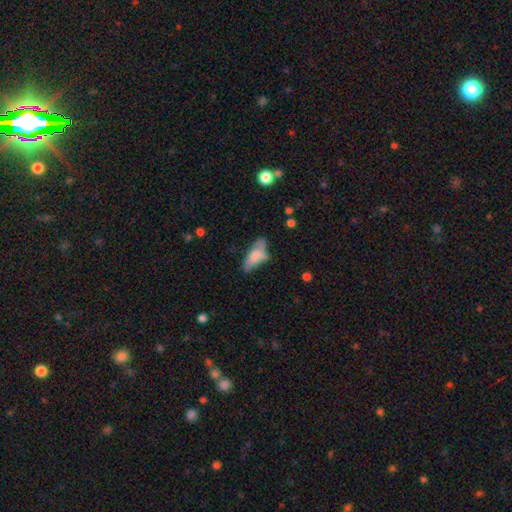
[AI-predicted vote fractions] The model was most divided on "merging": none: 40%, minor disturbance: 30%, major disturbance: 18%, merger: 12%. More confident: how rounded — in between (77%); smooth or featured — smooth (67%).